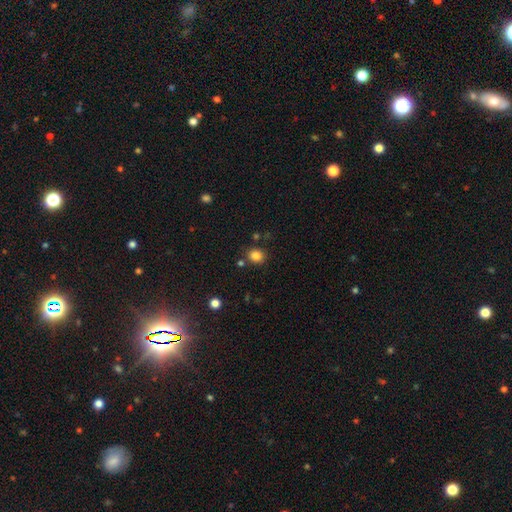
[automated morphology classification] This is clearly a smooth galaxy (83%). How rounded: likely round (74%). Merging: clearly none (81%).